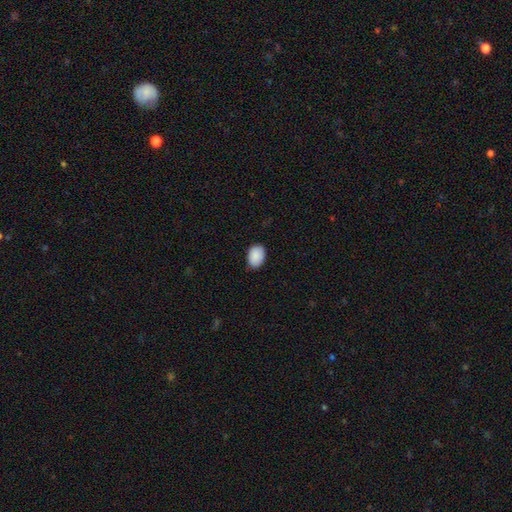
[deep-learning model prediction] Smooth or featured? smooth (91%)
How rounded? in between (84%)
Merging? none (84%)